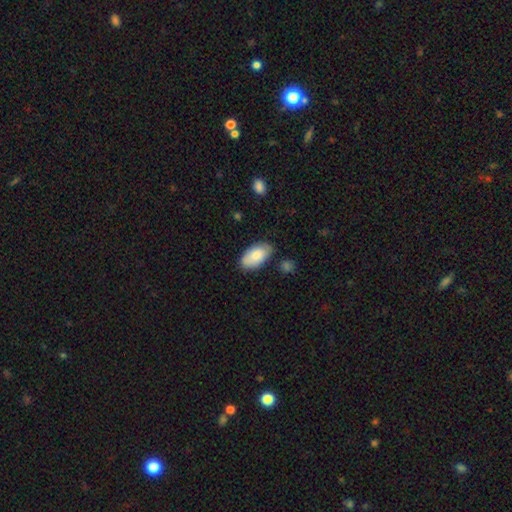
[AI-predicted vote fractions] This is clearly a smooth galaxy (81%). How rounded: clearly in between (95%). Merging: likely none (77%).